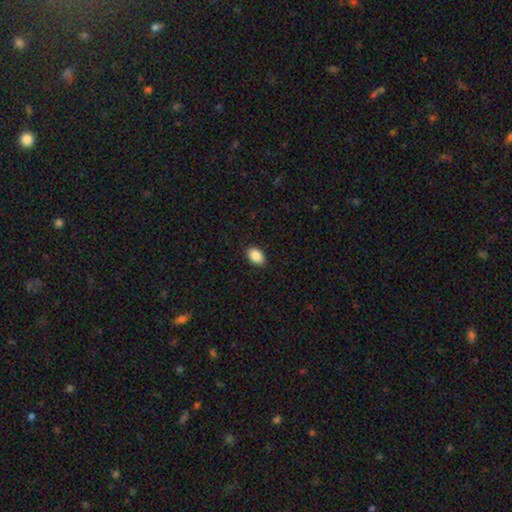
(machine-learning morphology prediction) This appears to be a smooth galaxy with no disk features (89%) that is in between round and cigar-shaped (89%). Merging: none (89%).